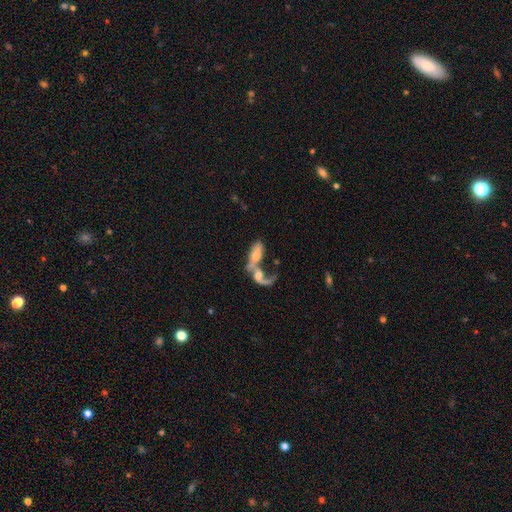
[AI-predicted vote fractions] smooth_or_featured: featured or disk (p=0.46) [alt: smooth p=0.45]
merging: merger (p=0.72) [alt: major disturbance p=0.12]